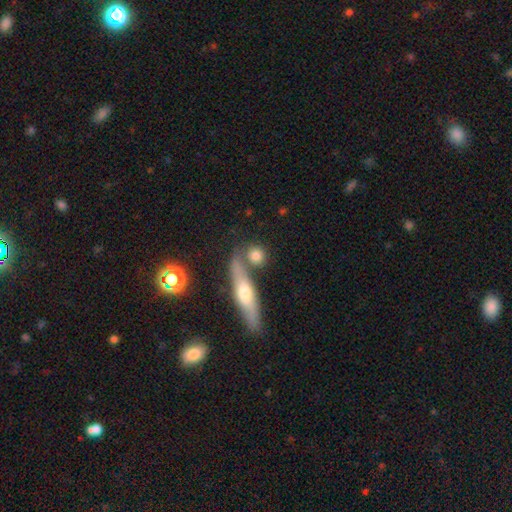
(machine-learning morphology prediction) smooth 75%, featured or disk 16%, star or artifact 9%. Down the decision tree: how rounded — round (71%); merging — none (63%).